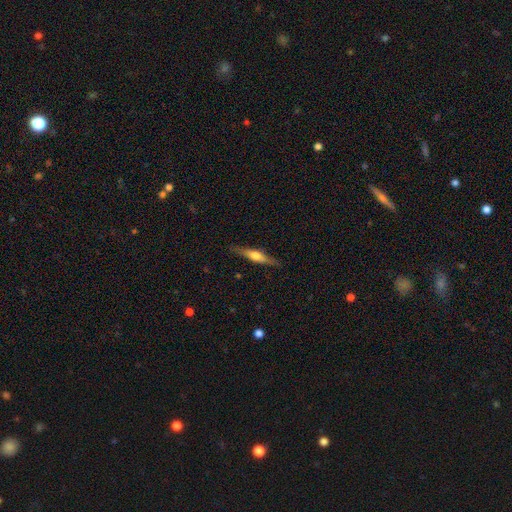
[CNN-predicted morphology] smooth-or-featured: featured or disk: 60% | smooth: 34% | star or artifact: 6%
  disk-edge-on: yes: 95% | no: 5%
    edge-on-bulge: rounded: 89% | boxy: 6% | none: 5%
  merging: none: 86% | minor disturbance: 10% | major disturbance: 2% | merger: 1%